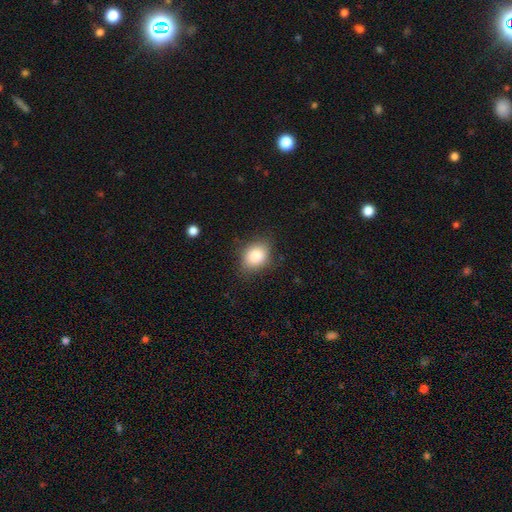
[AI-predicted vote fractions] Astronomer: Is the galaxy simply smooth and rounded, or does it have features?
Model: smooth — 85%.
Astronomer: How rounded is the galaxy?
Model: in between — 61% (runner-up: round, 38%).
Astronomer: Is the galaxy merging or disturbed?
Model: none — 79%.